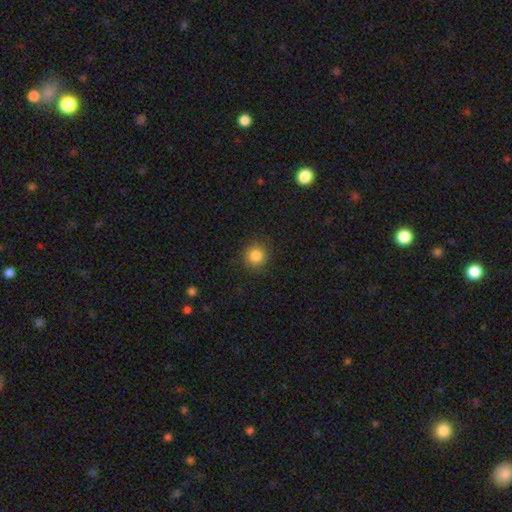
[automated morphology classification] Smooth or featured: smooth — 85% (star or artifact — 11%)
How rounded: round — 91% (in between — 8%)
Merging: none — 89% (minor disturbance — 8%)